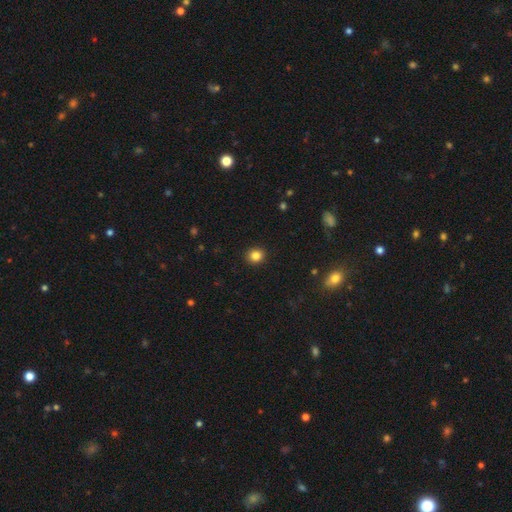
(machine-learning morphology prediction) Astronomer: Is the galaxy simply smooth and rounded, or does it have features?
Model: smooth — 84%.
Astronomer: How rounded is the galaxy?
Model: round — 83%.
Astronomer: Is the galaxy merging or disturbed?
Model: none — 92%.